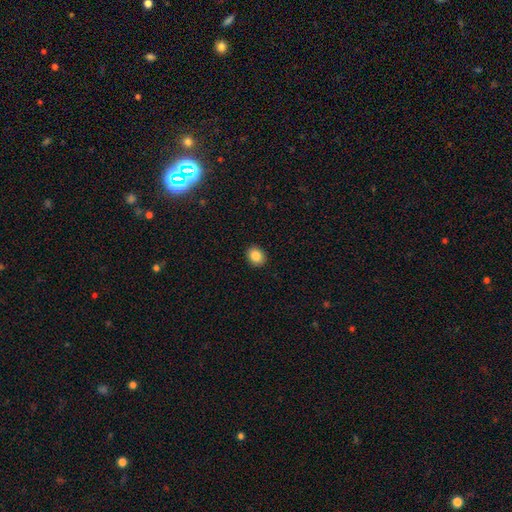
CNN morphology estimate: smooth 86%, star or artifact 9%, featured or disk 5%. Down the decision tree: how rounded — round (52%); merging — none (91%).